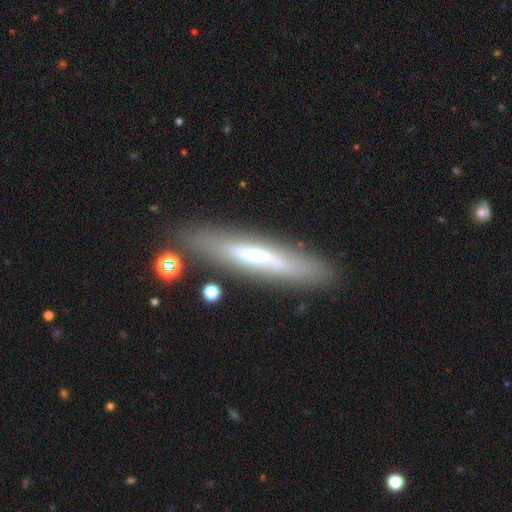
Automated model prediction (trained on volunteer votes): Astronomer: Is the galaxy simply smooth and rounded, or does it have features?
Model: featured or disk — 58% (runner-up: smooth, 34%).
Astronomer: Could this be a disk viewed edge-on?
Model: yes — 76%.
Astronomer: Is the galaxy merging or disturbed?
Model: none — 80%.